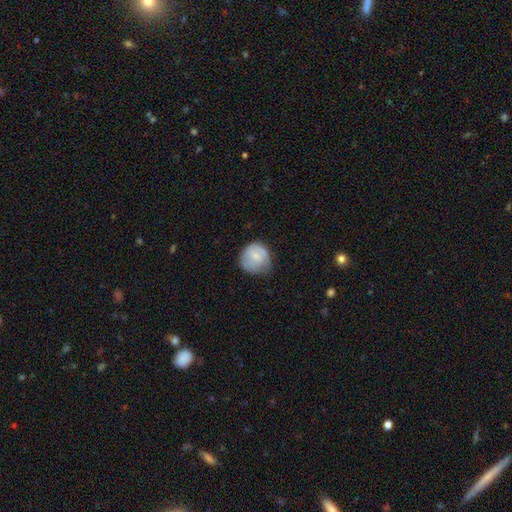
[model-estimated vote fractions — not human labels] Smooth or featured?
  - smooth: 73% *
  - featured or disk: 20%
  - star or artifact: 7%
How rounded?
  - round: 87% *
  - in between: 12%
  - cigar-shaped: 1%
Merging?
  - none: 56% *
  - minor disturbance: 34%
  - major disturbance: 9%
  - merger: 1%